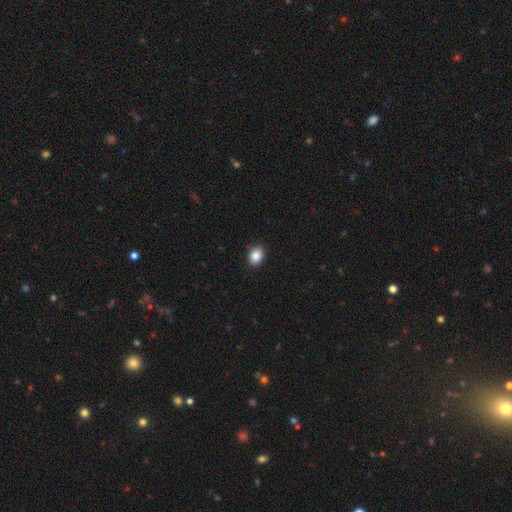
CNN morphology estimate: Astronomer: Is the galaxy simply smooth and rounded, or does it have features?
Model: smooth — 88%.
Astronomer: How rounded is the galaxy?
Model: in between — 57% (runner-up: round, 42%).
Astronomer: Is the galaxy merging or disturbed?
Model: none — 90%.